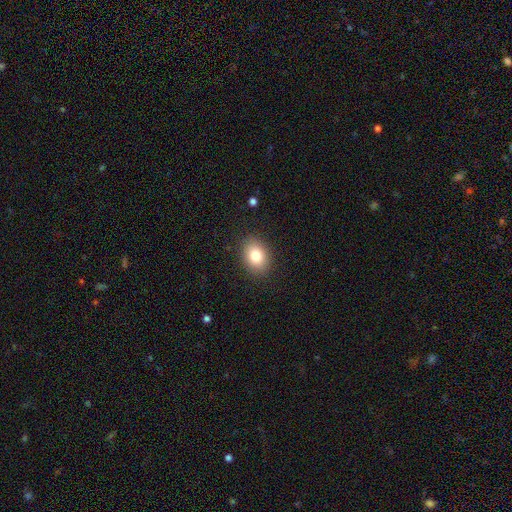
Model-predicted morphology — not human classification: This is clearly a smooth galaxy (81%). How rounded: likely in between (65%). Merging: clearly none (88%).